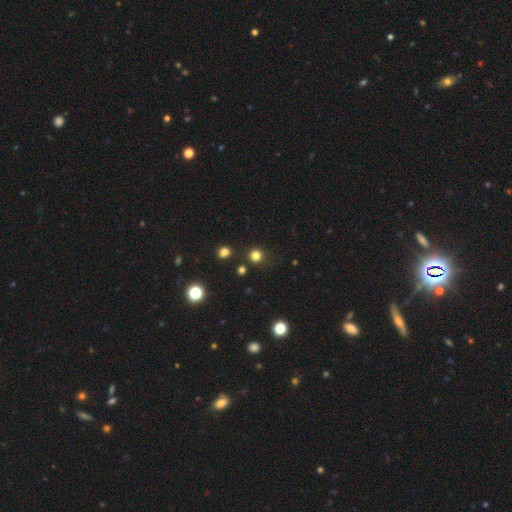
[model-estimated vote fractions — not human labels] Smooth or featured? Predicted: smooth (p=0.77). How rounded? Predicted: round (p=0.93). Merging? Predicted: none (p=0.85).